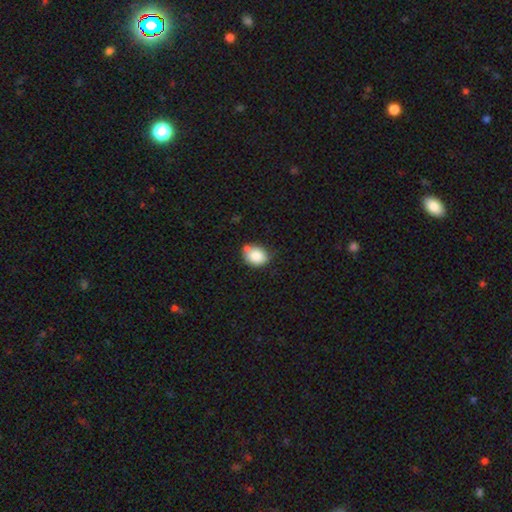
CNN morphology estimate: smooth_or_featured: smooth (p=0.84) [alt: star or artifact p=0.08]
how_rounded: in between (p=0.56) [alt: round p=0.43]
merging: none (p=0.60) [alt: minor disturbance p=0.21]